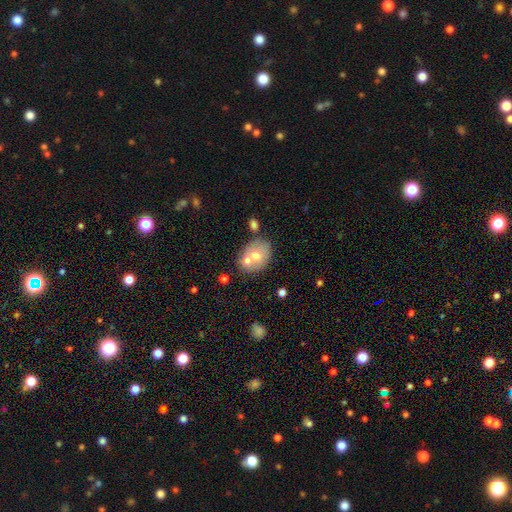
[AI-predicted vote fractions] Smooth or featured? Predicted: smooth (p=0.62). How rounded? Predicted: in between (p=0.53). Merging? Predicted: none (p=0.50).